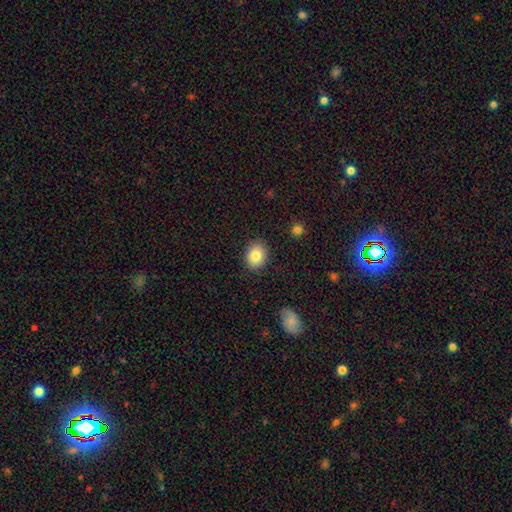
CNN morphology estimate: A smooth galaxy with no disk features (83%) that is round (51%).

Vote fractions:
- Smooth or featured? smooth: 83% / star or artifact: 9% / featured or disk: 8%
- How rounded? round: 51% / in between: 48% / cigar-shaped: 1%
- Merging? none: 88% / minor disturbance: 8% / major disturbance: 2% / merger: 1%